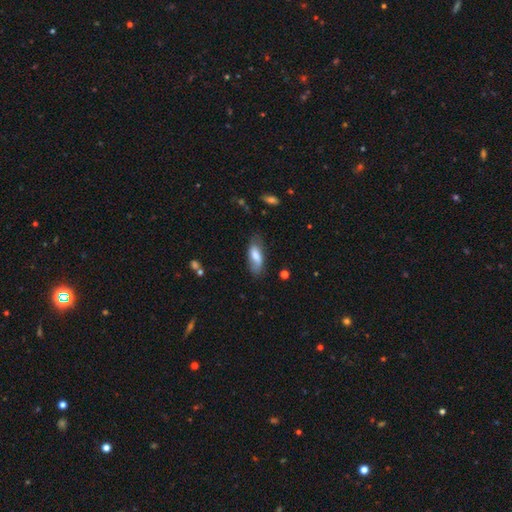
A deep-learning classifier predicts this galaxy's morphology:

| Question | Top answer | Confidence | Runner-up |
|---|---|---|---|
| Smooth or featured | smooth | 68% | featured or disk (25%) |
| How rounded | in between | 78% | cigar-shaped (20%) |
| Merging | none | 63% | minor disturbance (26%) |